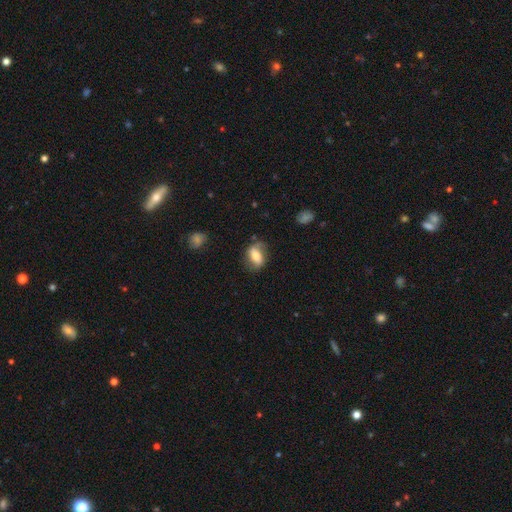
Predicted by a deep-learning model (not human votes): A smooth galaxy with no disk features (55%) that is in between round and cigar-shaped (79%).

Vote fractions:
- Smooth or featured? smooth: 55% / featured or disk: 37% / star or artifact: 8%
- How rounded? in between: 79% / round: 16% / cigar-shaped: 5%
- Merging? none: 66% / minor disturbance: 23% / major disturbance: 8% / merger: 2%